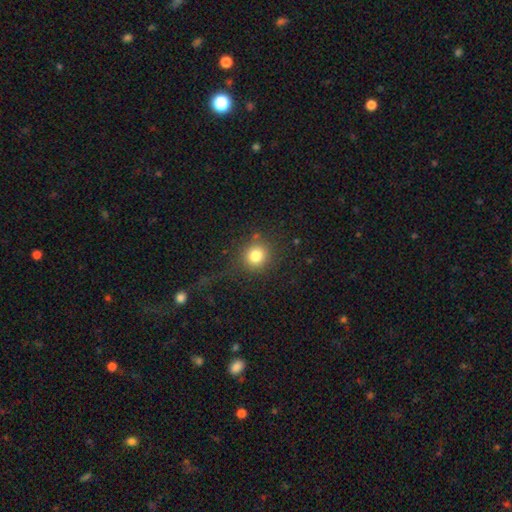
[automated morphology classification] smooth 81%, star or artifact 12%, featured or disk 7%. Down the decision tree: how rounded — round (91%); merging — none (81%).